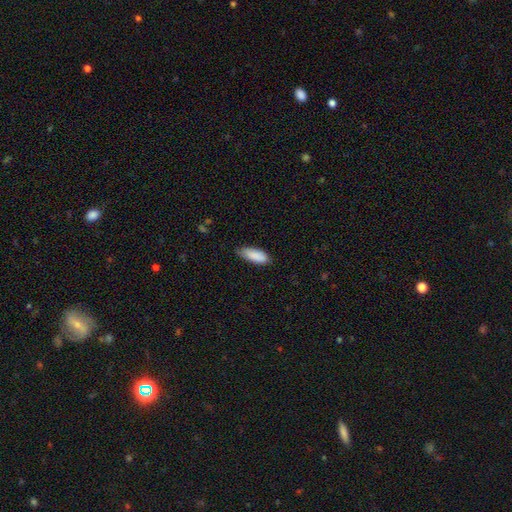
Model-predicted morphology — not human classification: Smooth or featured? smooth (89%)
How rounded? in between (76%)
Merging? none (72%)